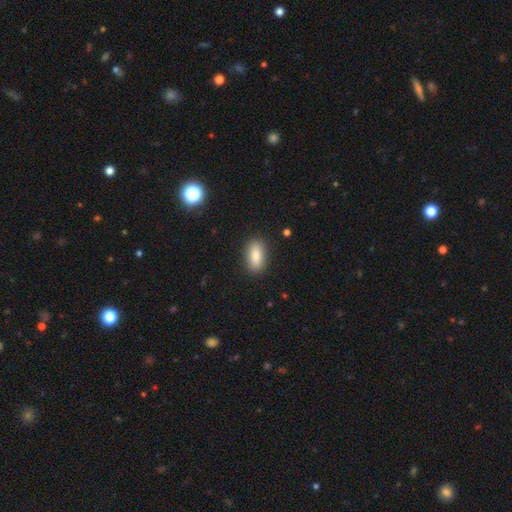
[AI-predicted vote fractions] Smooth or featured? Predicted: smooth (p=0.85). How rounded? Predicted: in between (p=0.87). Merging? Predicted: none (p=0.88).